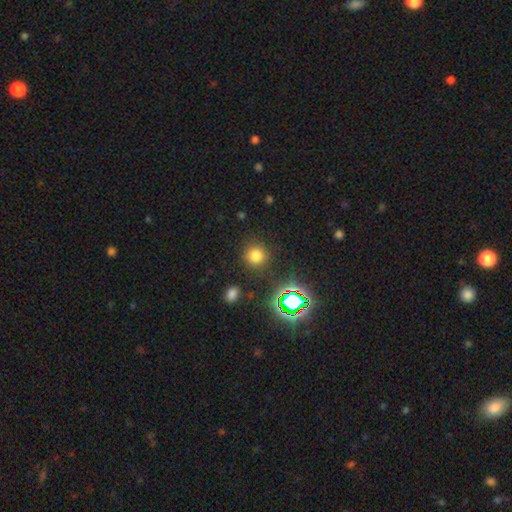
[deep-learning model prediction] This is likely a smooth galaxy (72%). How rounded: clearly round (92%). Merging: clearly none (87%).